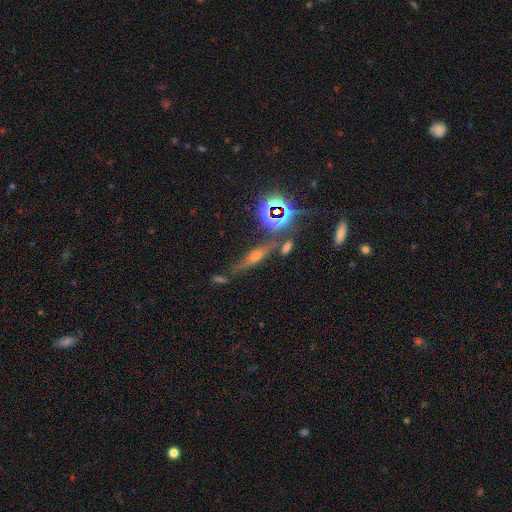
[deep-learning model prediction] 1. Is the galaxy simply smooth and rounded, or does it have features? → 48% featured or disk, 30% star or artifact, 21% smooth.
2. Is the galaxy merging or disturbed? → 73% none, 13% minor disturbance, 10% merger, 5% major disturbance.